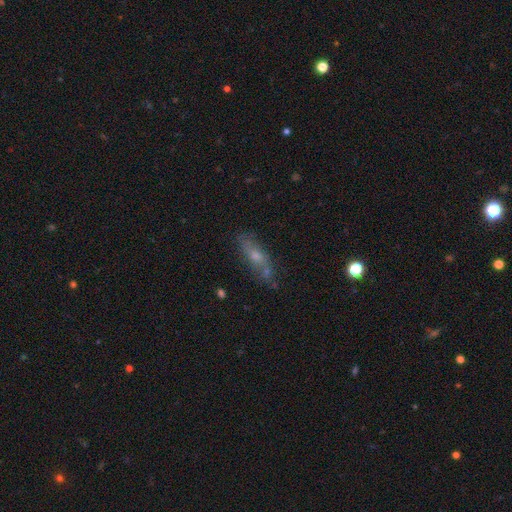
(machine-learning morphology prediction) Smooth or featured? Predicted: smooth (p=0.46). Merging? Predicted: none (p=0.65).